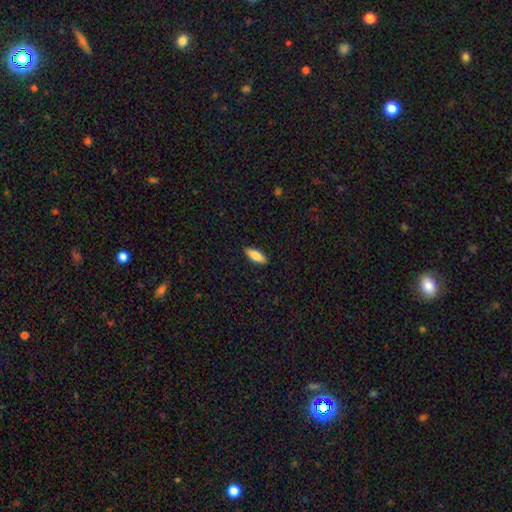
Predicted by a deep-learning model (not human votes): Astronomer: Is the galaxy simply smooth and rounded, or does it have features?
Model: smooth — 84%.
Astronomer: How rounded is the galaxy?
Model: in between — 64%.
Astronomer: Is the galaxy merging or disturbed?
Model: none — 90%.